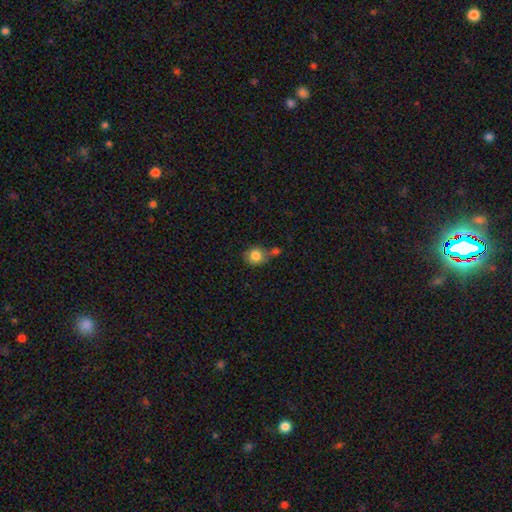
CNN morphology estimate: smooth 84%, star or artifact 9%, featured or disk 7%. Down the decision tree: how rounded — round (82%); merging — none (51%).